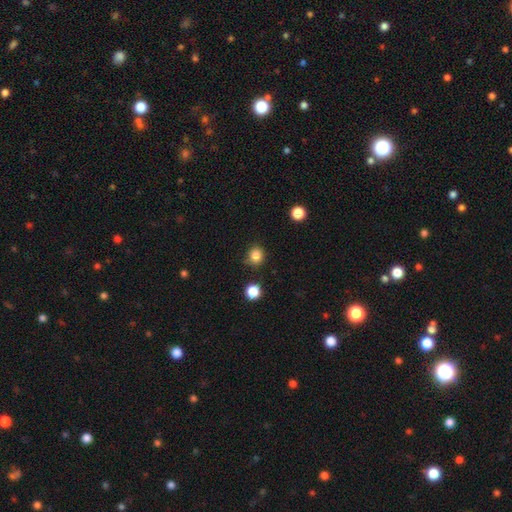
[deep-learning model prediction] Smooth or featured: smooth — 84% (star or artifact — 12%)
How rounded: round — 87% (in between — 12%)
Merging: none — 83% (minor disturbance — 11%)